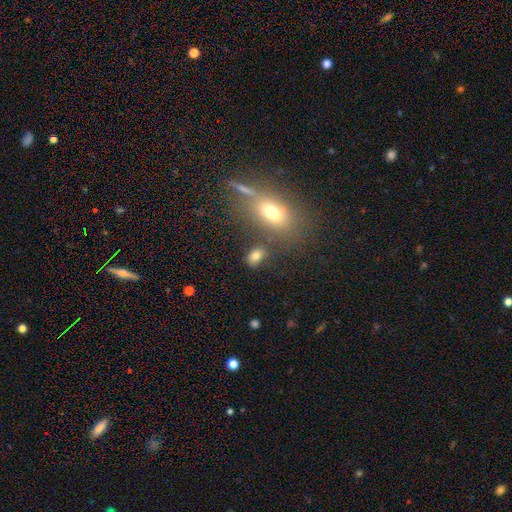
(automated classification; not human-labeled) Smooth or featured? Predicted: smooth (p=0.77). How rounded? Predicted: in between (p=0.84). Merging? Predicted: none (p=0.72).